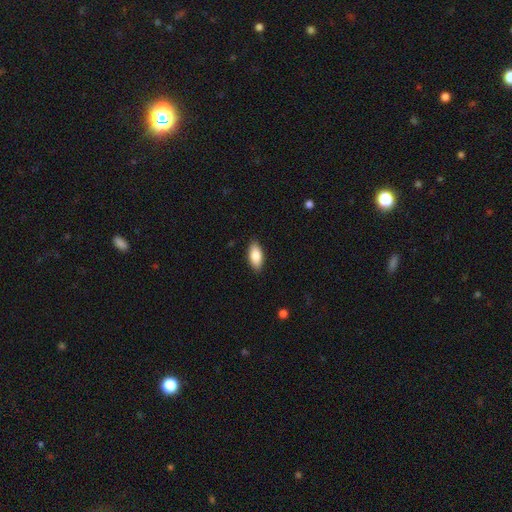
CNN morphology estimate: This is clearly a smooth galaxy (85%). How rounded: clearly in between (89%). Merging: clearly none (88%).